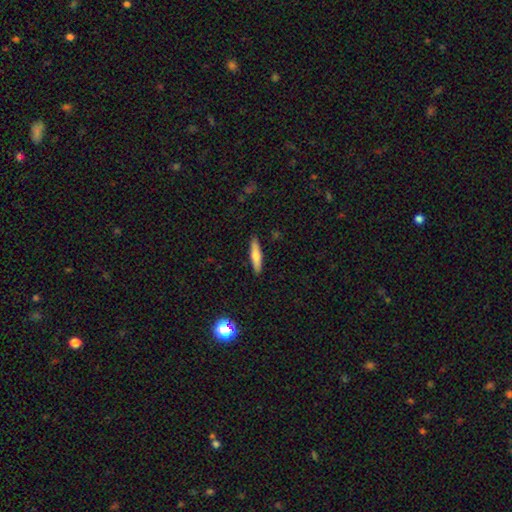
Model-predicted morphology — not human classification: Smooth or featured?
  - smooth: 62% *
  - featured or disk: 31%
  - star or artifact: 6%
How rounded?
  - cigar-shaped: 81% *
  - in between: 17%
  - round: 2%
Merging?
  - none: 90% *
  - minor disturbance: 7%
  - major disturbance: 2%
  - merger: 1%